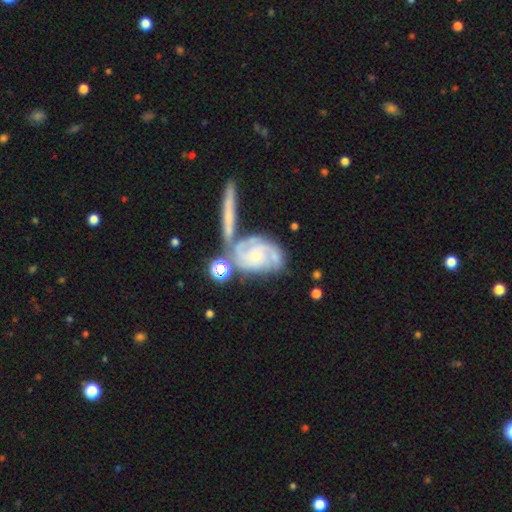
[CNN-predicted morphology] The model was most divided on "spiral winding": tight: 52%, medium: 38%, loose: 10%. Remaining: edge-on disk — no (94%); spiral arms — yes (94%); smooth or featured — featured or disk (79%); bar — no (72%); bulge size — small (67%); spiral arm count — 2 (43%); merging — none (42%).